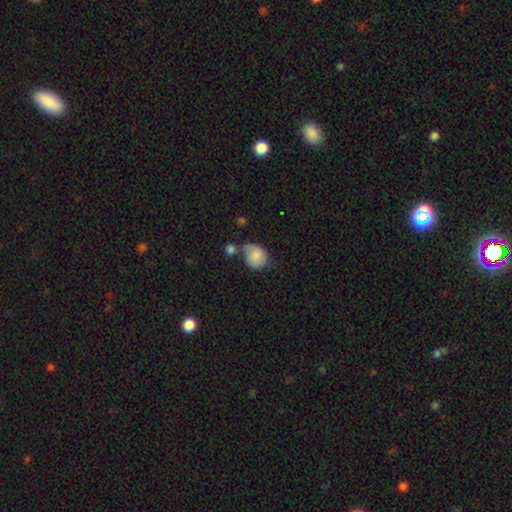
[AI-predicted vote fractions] Overall: smooth (82%). How rounded: round (66%; in between 33%). Merging: none (40%; minor disturbance 28%).